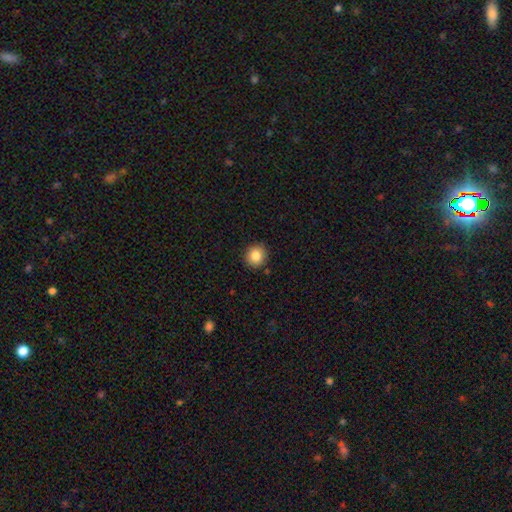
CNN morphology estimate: Q: Smooth or featured?
A: smooth (85%); runner-up: star or artifact (9%)
Q: How rounded?
A: round (91%); runner-up: in between (8%)
Q: Merging?
A: none (90%); runner-up: minor disturbance (7%)